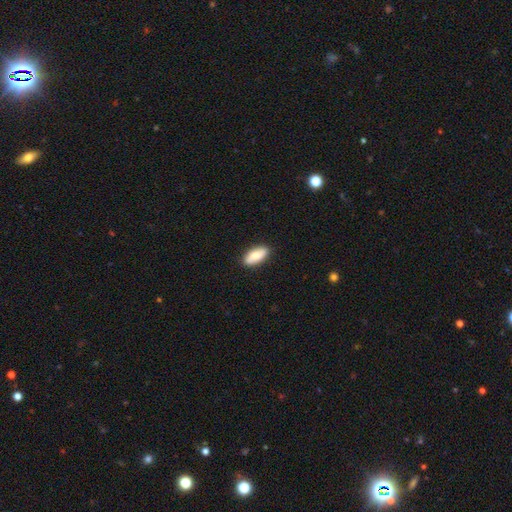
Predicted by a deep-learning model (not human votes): A smooth galaxy with no disk features (76%) that is in between round and cigar-shaped (82%).

Vote fractions:
- Smooth or featured? smooth: 76% / featured or disk: 18% / star or artifact: 6%
- How rounded? in between: 82% / cigar-shaped: 15% / round: 3%
- Merging? none: 88% / minor disturbance: 9% / major disturbance: 2% / merger: 1%